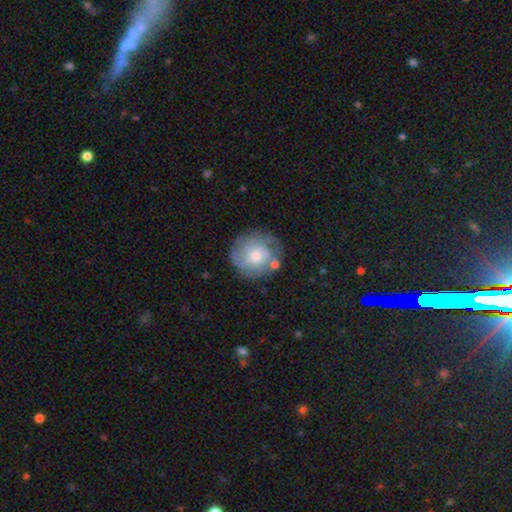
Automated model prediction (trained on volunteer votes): Smooth or featured: featured or disk — 66% (smooth — 27%)
Edge-on disk: no — 98% (yes — 2%)
Bar: no — 76% (weak — 21%)
Spiral arms: yes — 85% (no — 15%)
Spiral winding: tight — 58% (medium — 31%)
Spiral arm count: can't tell — 41% (3 — 22%)
Bulge size: moderate — 51% (small — 36%)
Merging: none — 70% (minor disturbance — 17%)